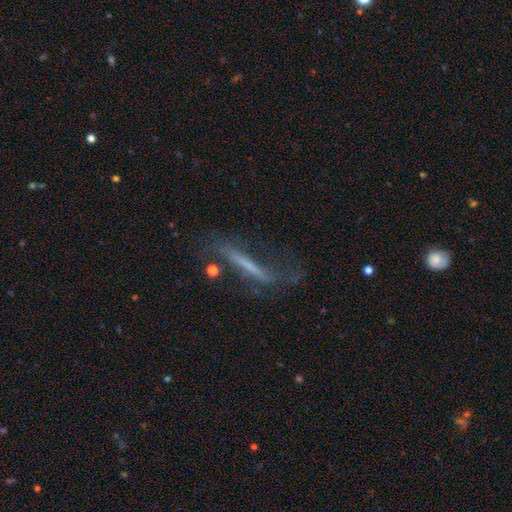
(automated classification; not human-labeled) This appears to be a featured or disk galaxy (54%) viewed edge-on (64%). Merging: none (52%).